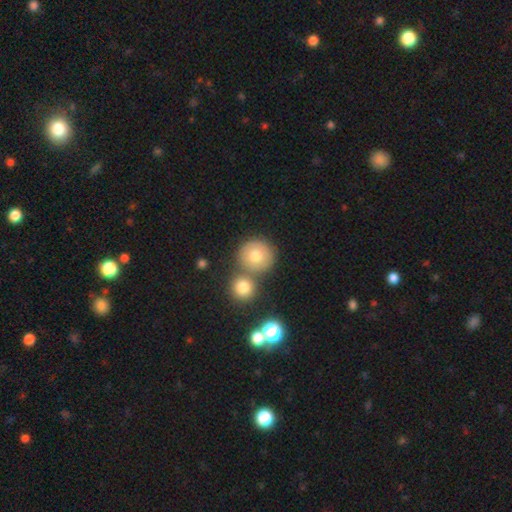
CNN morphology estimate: Smooth or featured? Predicted: smooth (p=0.75). How rounded? Predicted: round (p=0.93). Merging? Predicted: none (p=0.63).